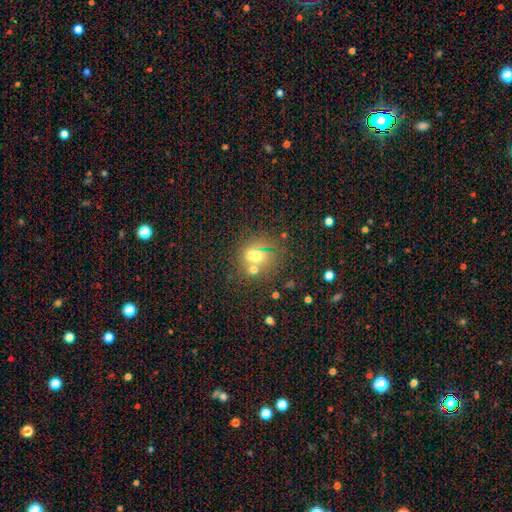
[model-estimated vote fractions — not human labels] This is possibly a smooth galaxy (54%). How rounded: likely round (73%). Merging: possibly none (46%).